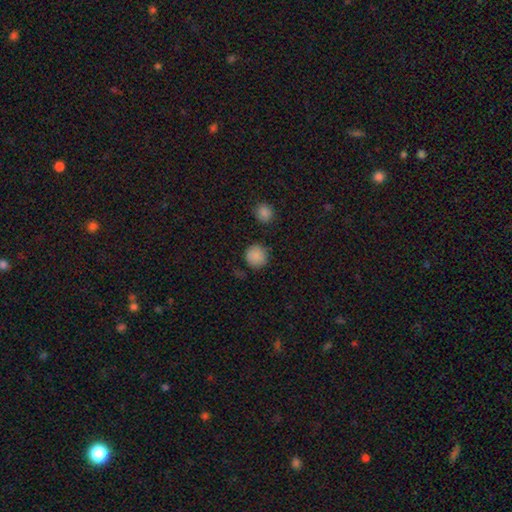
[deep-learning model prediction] This is clearly a smooth galaxy (86%). How rounded: clearly round (93%). Merging: clearly none (85%).